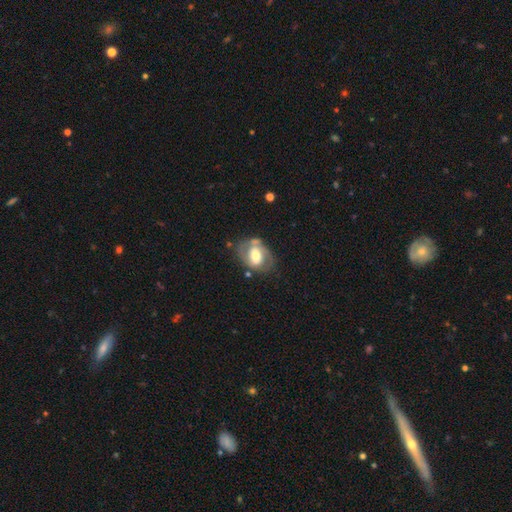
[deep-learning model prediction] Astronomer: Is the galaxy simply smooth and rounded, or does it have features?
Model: featured or disk — 61%.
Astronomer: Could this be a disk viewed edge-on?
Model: no — 95%.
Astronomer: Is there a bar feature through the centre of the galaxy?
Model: weak — 40% (runner-up: no, 35%).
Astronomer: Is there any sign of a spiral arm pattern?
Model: yes — 61% (runner-up: no, 39%).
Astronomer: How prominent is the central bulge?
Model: moderate — 62%.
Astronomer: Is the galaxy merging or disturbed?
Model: none — 58%.